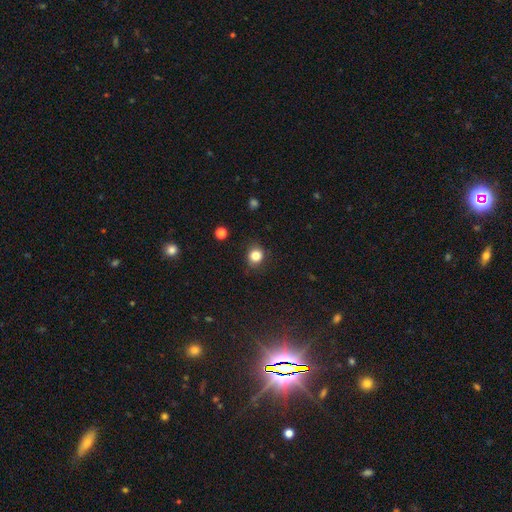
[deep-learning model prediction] Smooth or featured? smooth (83%)
How rounded? round (81%)
Merging? none (82%)